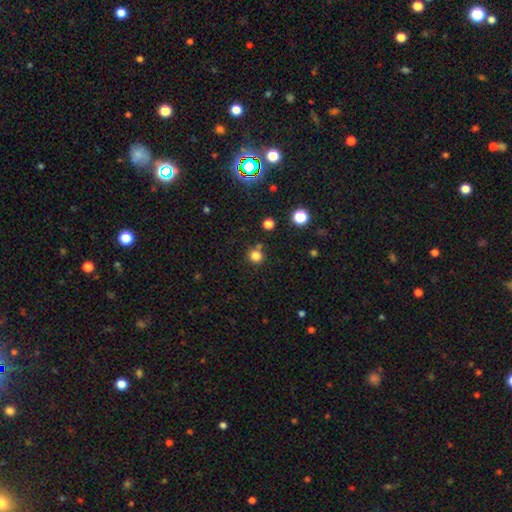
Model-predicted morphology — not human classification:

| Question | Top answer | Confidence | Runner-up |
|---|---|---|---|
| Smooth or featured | smooth | 80% | star or artifact (15%) |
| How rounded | round | 90% | in between (9%) |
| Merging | none | 74% | merger (12%) |